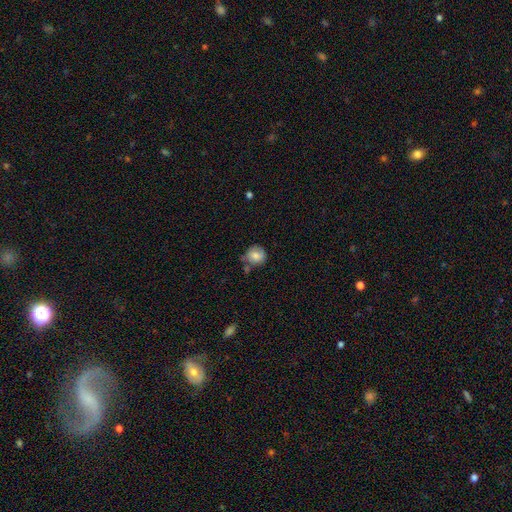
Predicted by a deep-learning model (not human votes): Smooth or featured? smooth (72%)
How rounded? round (77%)
Merging? none (51%)